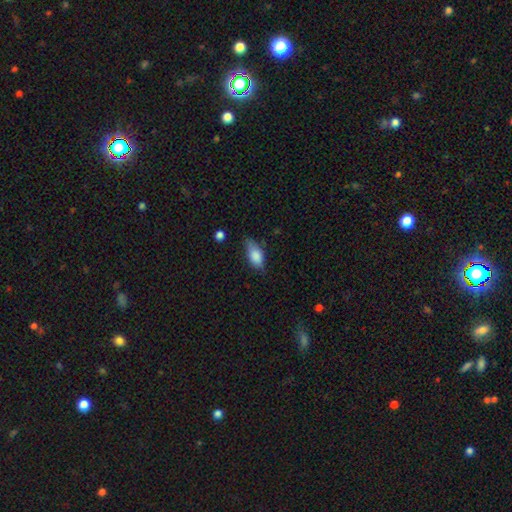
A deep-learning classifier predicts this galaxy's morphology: This appears to be a smooth galaxy with no disk features (82%) that is in between round and cigar-shaped (87%). Merging: none (58%).